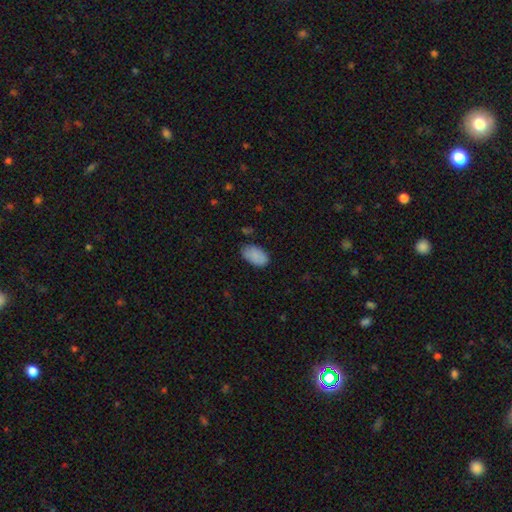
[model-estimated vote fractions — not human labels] Smooth or featured? smooth (87%)
How rounded? in between (94%)
Merging? none (75%)